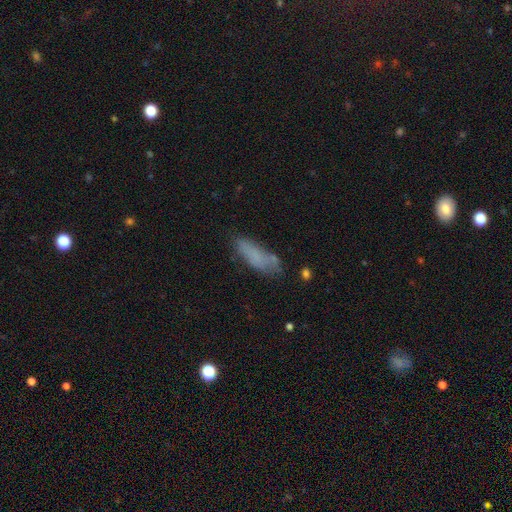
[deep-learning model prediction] Overall: smooth (69%). How rounded: in between (54%; cigar-shaped 43%). Merging: none (58%; minor disturbance 25%).